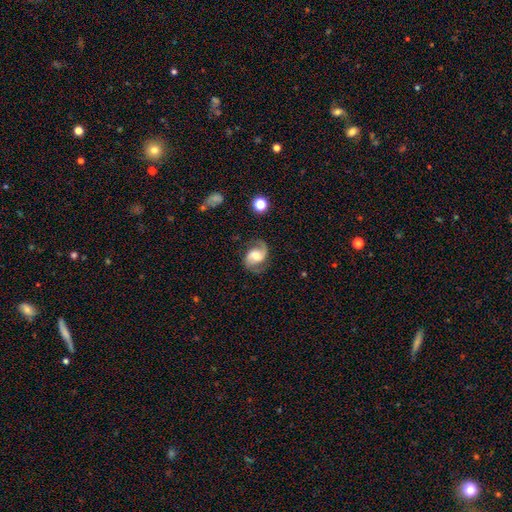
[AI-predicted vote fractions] smooth_or_featured: featured or disk (p=0.87) [alt: smooth p=0.08]
disk_edge_on: no (p=0.98) [alt: yes p=0.02]
bar: weak (p=0.45) [alt: no p=0.41]
has_spiral_arms: yes (p=0.97) [alt: no p=0.03]
spiral_winding: medium (p=0.54) [alt: loose p=0.31]
spiral_arm_count: 2 (p=0.93) [alt: can't tell p=0.02]
bulge_size: moderate (p=0.53) [alt: small p=0.24]
merging: none (p=0.79) [alt: minor disturbance p=0.14]